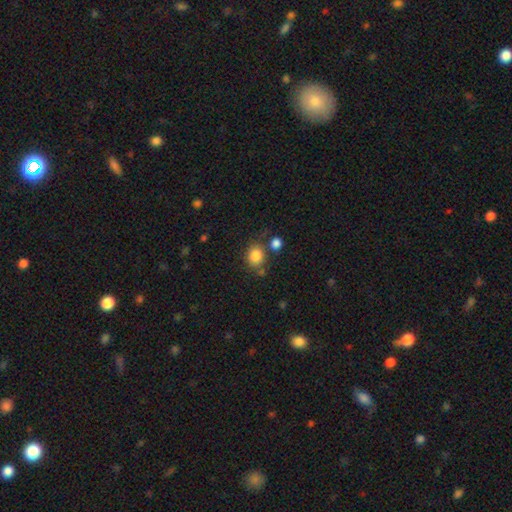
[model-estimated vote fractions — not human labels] Smooth or featured? smooth (84%)
How rounded? round (73%)
Merging? none (67%)